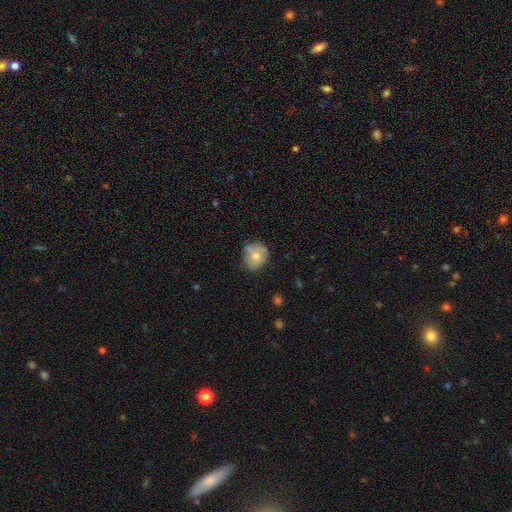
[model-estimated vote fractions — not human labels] Smooth or featured: smooth — 62% (featured or disk — 30%)
How rounded: round — 68% (in between — 31%)
Merging: none — 57% (minor disturbance — 29%)